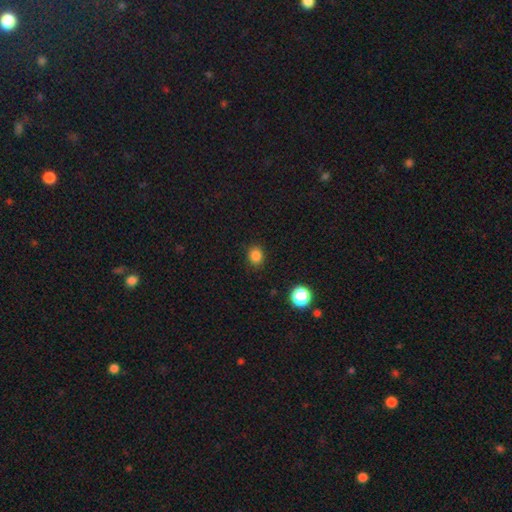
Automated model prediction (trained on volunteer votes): Smooth or featured? Predicted: smooth (p=0.84). How rounded? Predicted: round (p=0.69). Merging? Predicted: none (p=0.88).